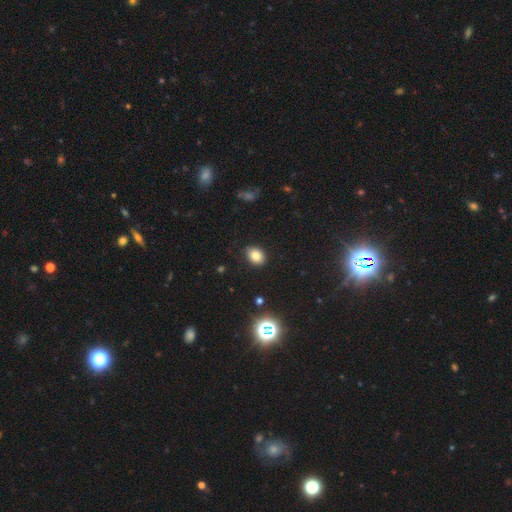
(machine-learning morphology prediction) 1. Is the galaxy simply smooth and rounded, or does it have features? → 81% smooth, 13% star or artifact, 7% featured or disk.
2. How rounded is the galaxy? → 60% in between, 39% round, 1% cigar-shaped.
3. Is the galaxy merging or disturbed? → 86% none, 10% minor disturbance, 3% major disturbance, 1% merger.